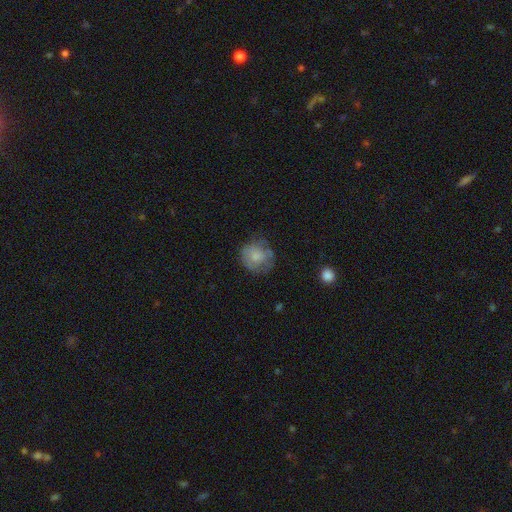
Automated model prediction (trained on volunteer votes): Q: Smooth or featured?
A: smooth (67%); runner-up: featured or disk (25%)
Q: How rounded?
A: round (85%); runner-up: in between (14%)
Q: Merging?
A: none (61%); runner-up: minor disturbance (25%)